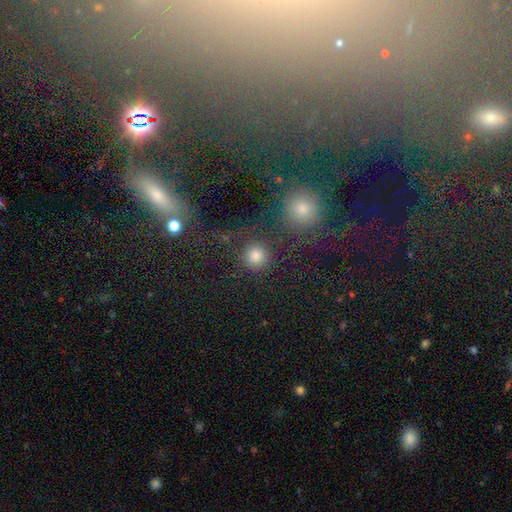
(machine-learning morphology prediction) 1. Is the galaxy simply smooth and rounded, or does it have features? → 81% smooth, 13% star or artifact, 5% featured or disk.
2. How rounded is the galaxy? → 93% round, 6% in between, 1% cigar-shaped.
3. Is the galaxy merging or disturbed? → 80% none, 8% minor disturbance, 7% merger, 5% major disturbance.